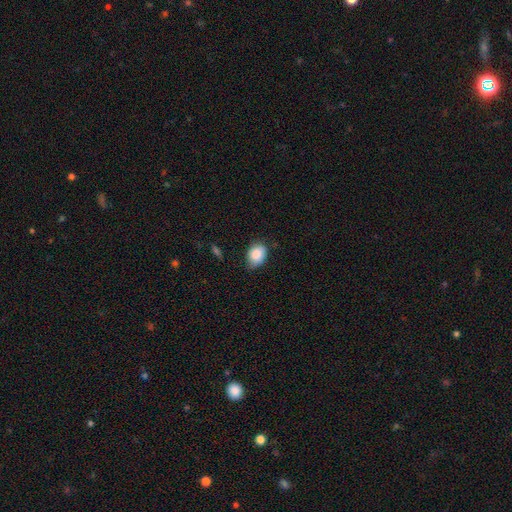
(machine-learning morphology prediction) The model was most divided on "merging": none: 66%, minor disturbance: 28%, major disturbance: 5%, merger: 1%. More confident: smooth or featured — smooth (86%); how rounded — in between (68%).